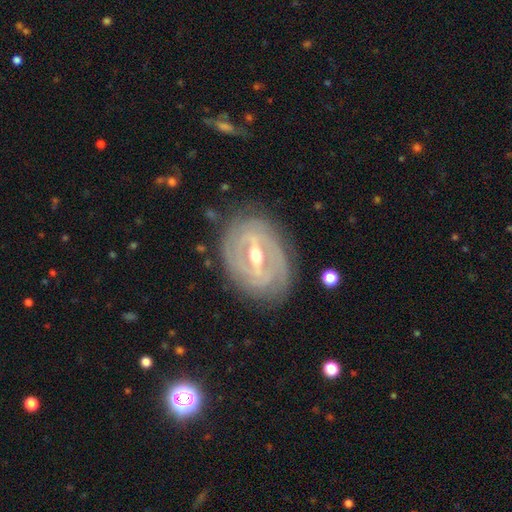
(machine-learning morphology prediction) featured or disk 88%, smooth 7%, star or artifact 5%. Down the decision tree: edge-on disk — no (93%); bar — strong (62%); spiral arms — yes (89%); spiral arm count — 2 (33%, tied with can't tell); spiral winding — tight (76%); bulge size — moderate (68%); merging — none (80%).